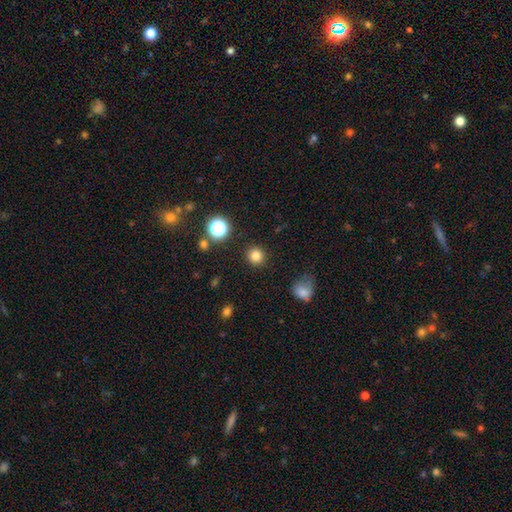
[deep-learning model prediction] Morphology: type=smooth (82%); roundness=round (92%); merging=none (90%).